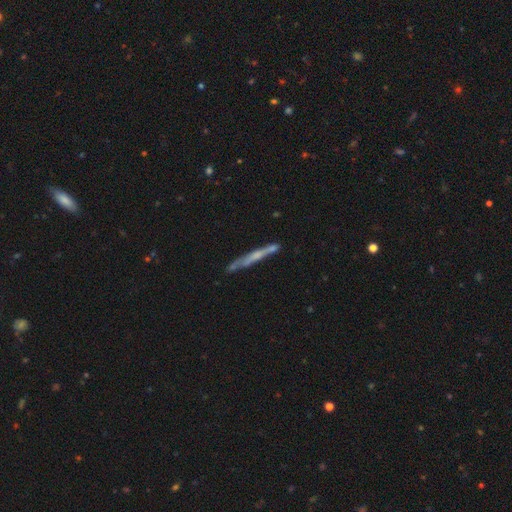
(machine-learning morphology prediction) A featured or disk galaxy (55%) viewed edge-on (91%) with no central bulge (56%). Merging: none (69%).